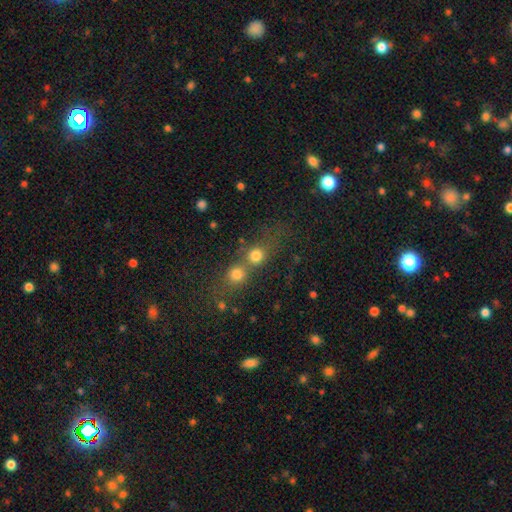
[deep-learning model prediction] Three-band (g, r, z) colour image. It shows a smooth galaxy with no disk features (75%) that is round (85%). Merging: merger (51%).